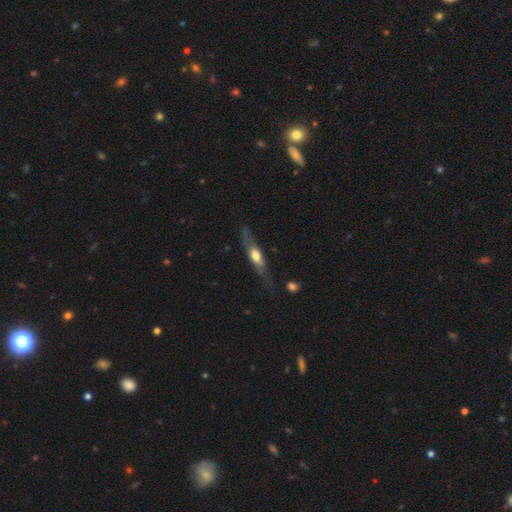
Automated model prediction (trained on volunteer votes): The model was most divided on "smooth or featured": featured or disk: 54%, smooth: 41%, star or artifact: 5%. More confident: edge-on disk — yes (74%); merging — none (65%).